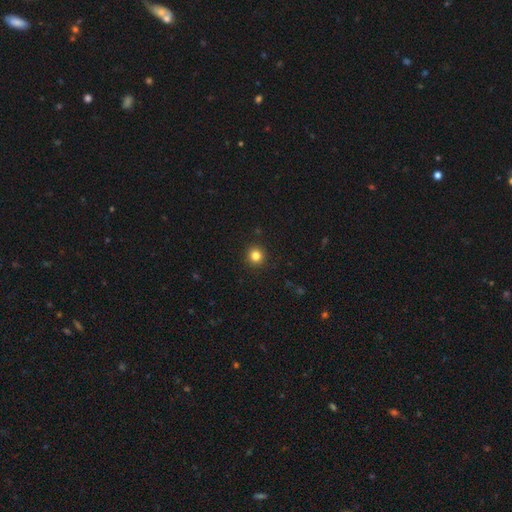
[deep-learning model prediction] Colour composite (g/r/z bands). It shows a smooth galaxy with no disk features (82%) that is round (94%). Merging: none (93%).